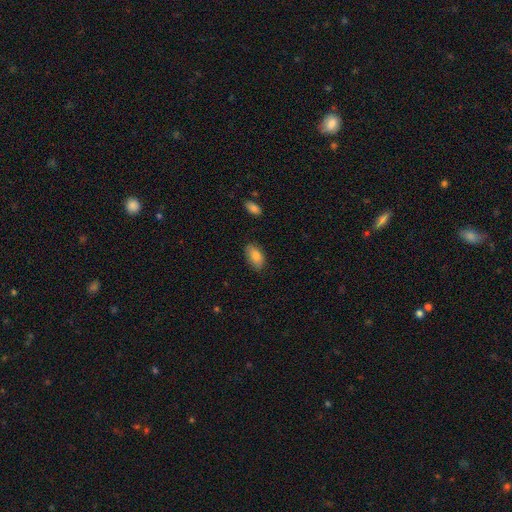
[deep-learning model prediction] Smooth or featured? Predicted: smooth (p=0.85). How rounded? Predicted: in between (p=0.93). Merging? Predicted: none (p=0.80).